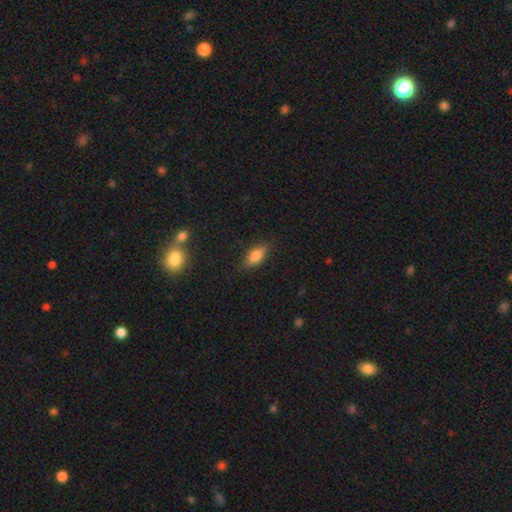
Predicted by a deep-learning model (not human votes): smooth 75%, featured or disk 16%, star or artifact 9%. Down the decision tree: how rounded — in between (82%); merging — none (82%).